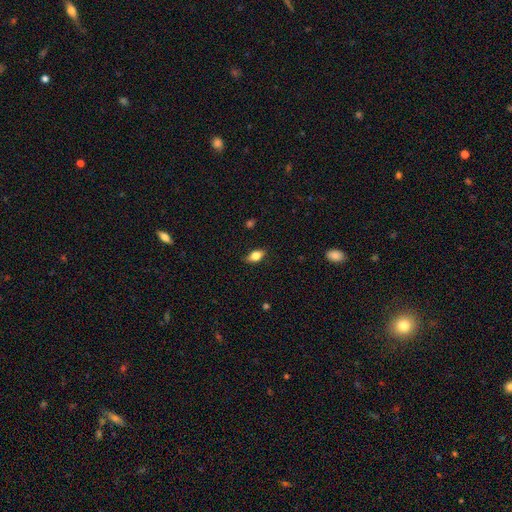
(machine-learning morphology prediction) type=smooth (72%); roundness=in between (84%); merging=none (83%).